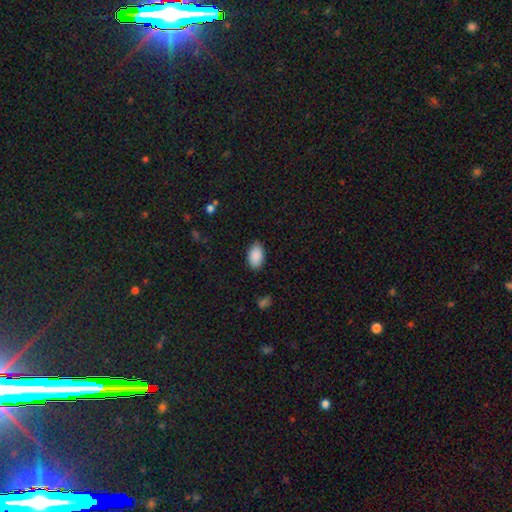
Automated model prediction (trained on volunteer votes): Q: Smooth or featured?
A: smooth (90%); runner-up: star or artifact (7%)
Q: How rounded?
A: in between (94%); runner-up: round (5%)
Q: Merging?
A: none (85%); runner-up: minor disturbance (12%)